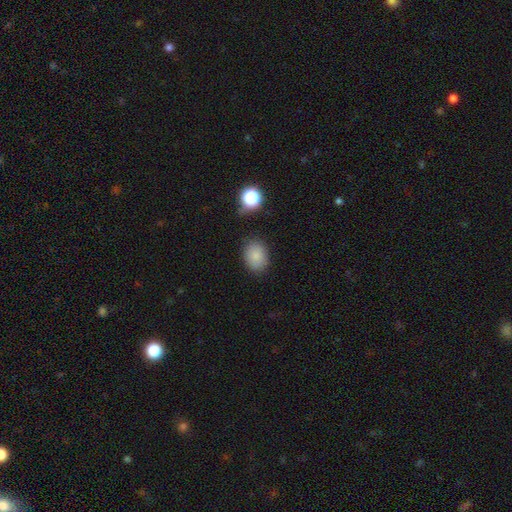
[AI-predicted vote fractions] A smooth galaxy with no disk features (83%) that is in between round and cigar-shaped (63%). Merging: none (80%).